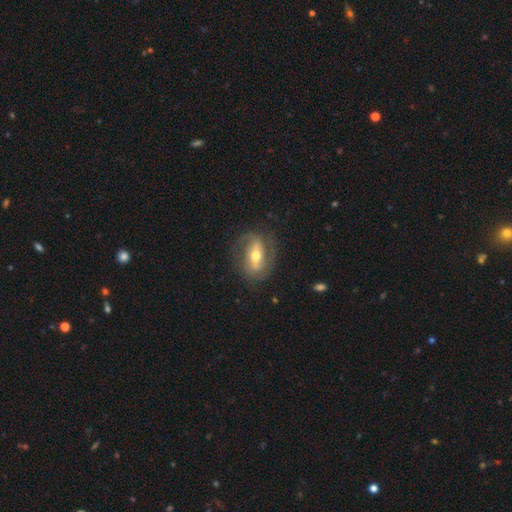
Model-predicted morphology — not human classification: smooth_or_featured: featured or disk (p=0.77) [alt: smooth p=0.17]
disk_edge_on: no (p=0.92) [alt: yes p=0.08]
bar: strong (p=0.55) [alt: weak p=0.29]
has_spiral_arms: yes (p=0.83) [alt: no p=0.17]
spiral_winding: medium (p=0.45) [alt: tight p=0.33]
spiral_arm_count: 2 (p=0.81) [alt: can't tell p=0.09]
bulge_size: moderate (p=0.68) [alt: small p=0.23]
merging: none (p=0.73) [alt: minor disturbance p=0.16]